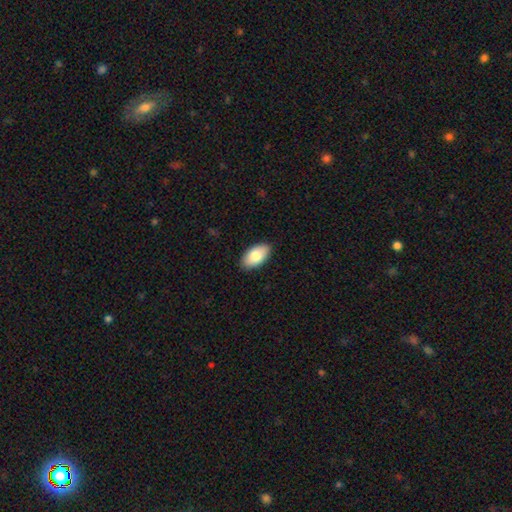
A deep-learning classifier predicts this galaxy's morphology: A smooth galaxy with no disk features (82%) that is in between round and cigar-shaped (95%).

Vote fractions:
- Smooth or featured? smooth: 82% / featured or disk: 12% / star or artifact: 6%
- How rounded? in between: 95% / round: 3% / cigar-shaped: 2%
- Merging? none: 89% / minor disturbance: 9% / major disturbance: 2% / merger: 1%